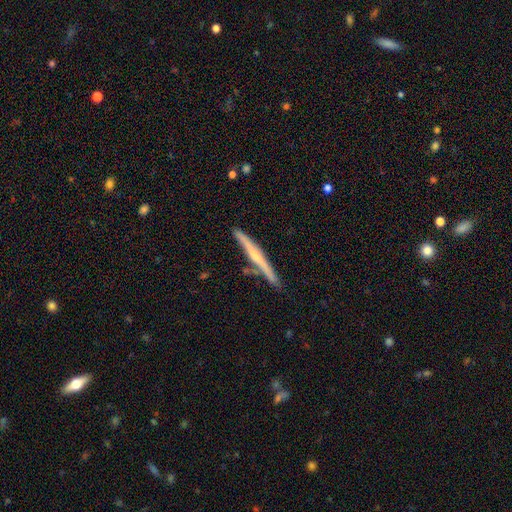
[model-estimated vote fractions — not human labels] Smooth or featured? Predicted: featured or disk (p=0.63). Edge-on disk? Predicted: yes (p=0.97). Edge-on bulge? Predicted: rounded (p=0.57). Merging? Predicted: none (p=0.80).